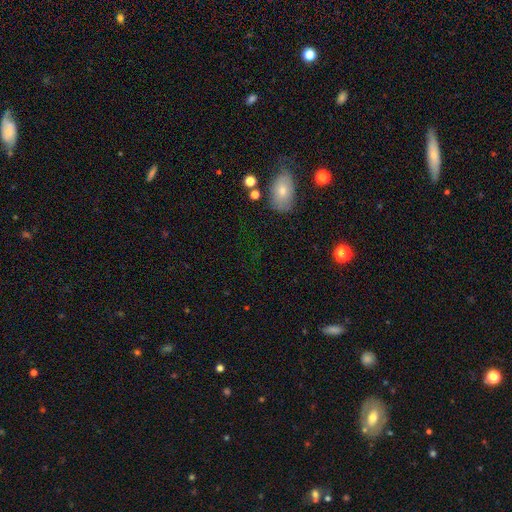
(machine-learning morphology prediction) Smooth or featured? Predicted: smooth (p=0.38). Merging? Predicted: none (p=0.72).